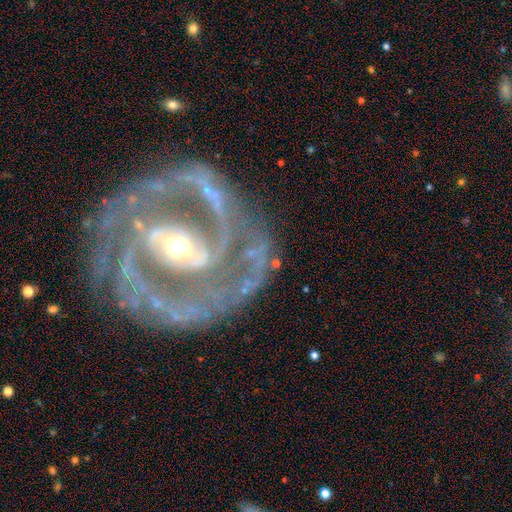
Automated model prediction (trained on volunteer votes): featured or disk 92%, star or artifact 5%, smooth 3%. Down the decision tree: edge-on disk — no (97%); bar — strong (46%); spiral arms — yes (97%); spiral arm count — 2 (80%); spiral winding — tight (48%); bulge size — moderate (56%); merging — none (77%).